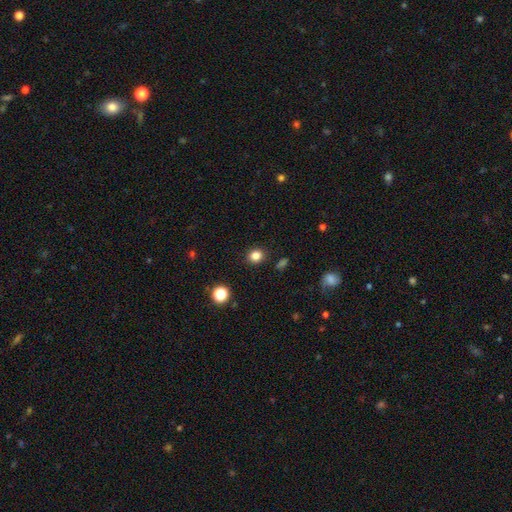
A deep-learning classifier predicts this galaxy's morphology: Smooth or featured?
  - smooth: 83% *
  - star or artifact: 12%
  - featured or disk: 4%
How rounded?
  - round: 73% *
  - in between: 27%
  - cigar-shaped: 1%
Merging?
  - none: 89% *
  - minor disturbance: 7%
  - major disturbance: 2%
  - merger: 1%